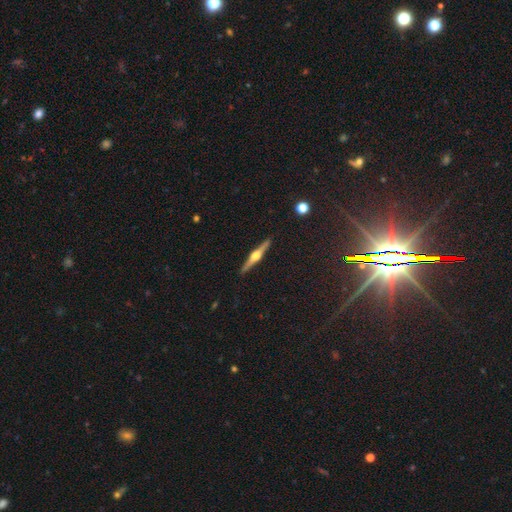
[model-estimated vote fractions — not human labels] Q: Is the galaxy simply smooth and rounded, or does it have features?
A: featured or disk — 81%.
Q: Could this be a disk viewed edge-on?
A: yes — 98%.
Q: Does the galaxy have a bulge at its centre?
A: rounded — 95%.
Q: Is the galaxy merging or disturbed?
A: none — 92%.